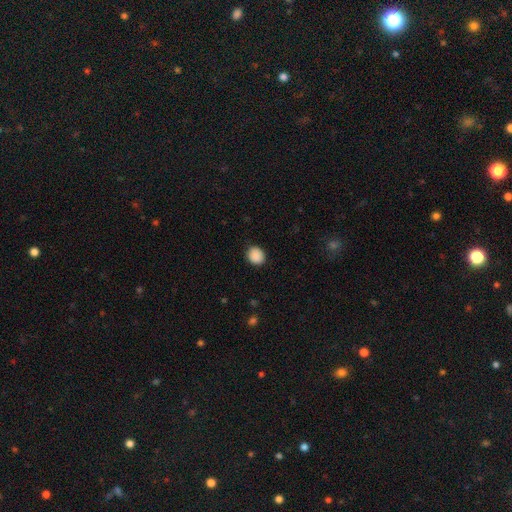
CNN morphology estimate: type=smooth (89%); roundness=round (65%); merging=none (88%).